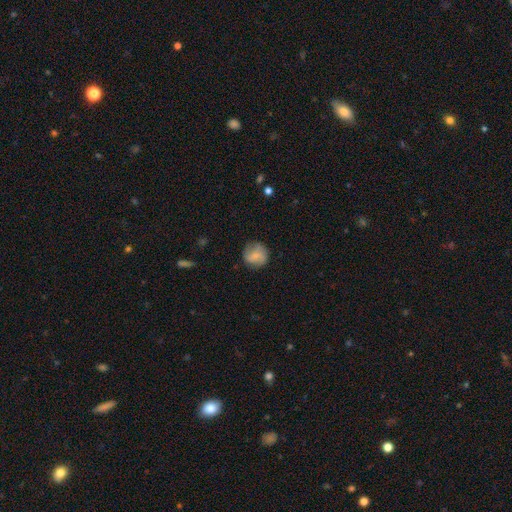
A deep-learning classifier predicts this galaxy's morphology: Smooth or featured? Predicted: smooth (p=0.66). How rounded? Predicted: round (p=0.90). Merging? Predicted: none (p=0.76).